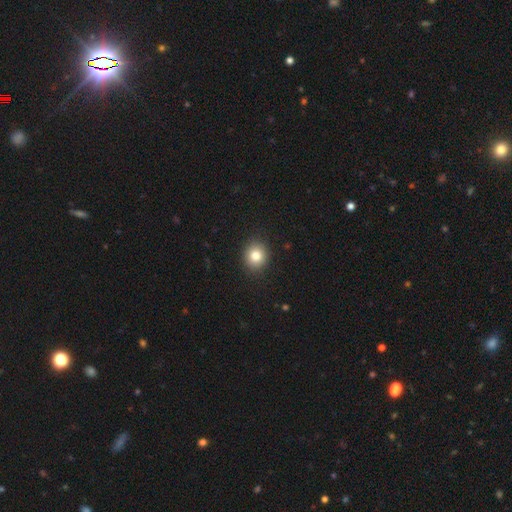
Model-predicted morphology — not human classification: The model was most divided on "how rounded": round: 79%, in between: 20%, cigar-shaped: 1%. More confident: merging — none (91%); smooth or featured — smooth (82%).